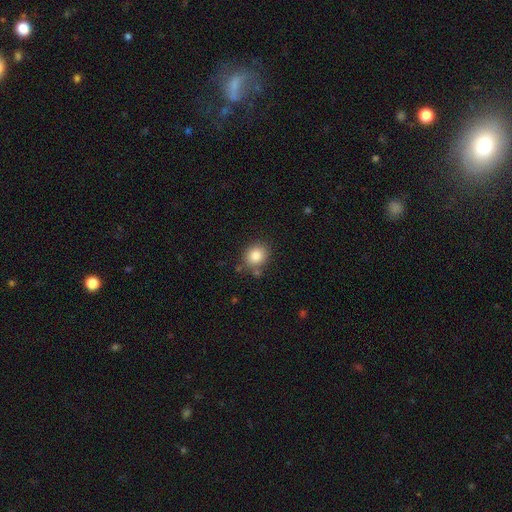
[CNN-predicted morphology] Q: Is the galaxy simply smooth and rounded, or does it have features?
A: smooth — 84%.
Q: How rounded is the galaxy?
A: round — 70%.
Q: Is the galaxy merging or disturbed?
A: none — 78%.